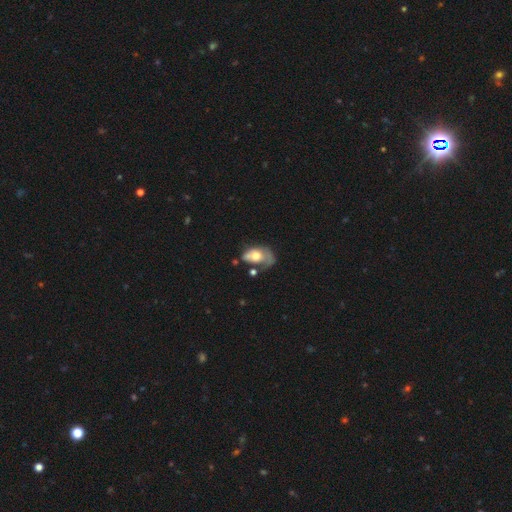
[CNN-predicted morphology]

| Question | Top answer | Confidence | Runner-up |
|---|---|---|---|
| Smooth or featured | smooth | 47% | featured or disk (46%) |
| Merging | major disturbance | 41% | none (23%) |